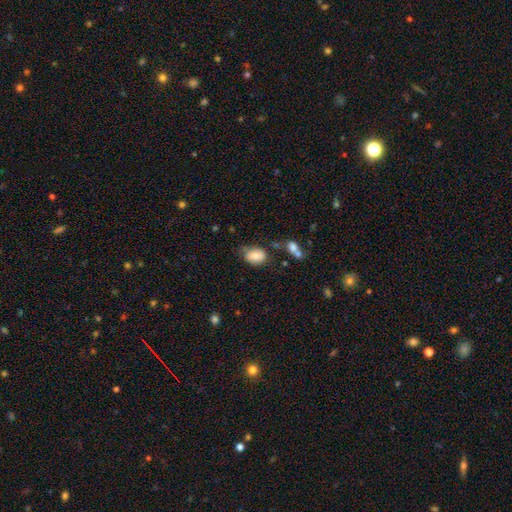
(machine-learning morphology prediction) smooth 78%, featured or disk 13%, star or artifact 8%. Down the decision tree: how rounded — in between (73%); merging — none (54%).